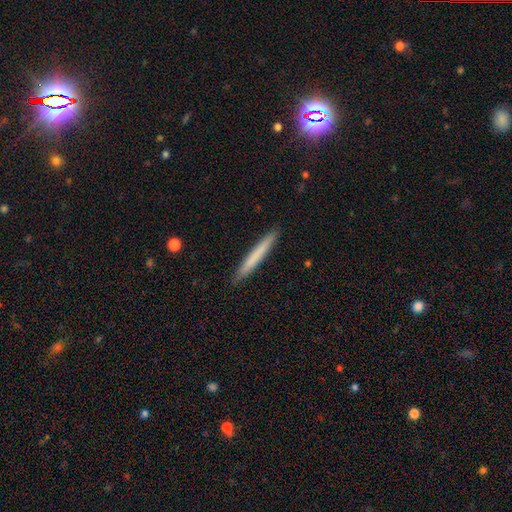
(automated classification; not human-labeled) Q: Smooth or featured?
A: smooth (71%); runner-up: featured or disk (23%)
Q: How rounded?
A: cigar-shaped (97%); runner-up: in between (2%)
Q: Merging?
A: none (91%); runner-up: minor disturbance (6%)